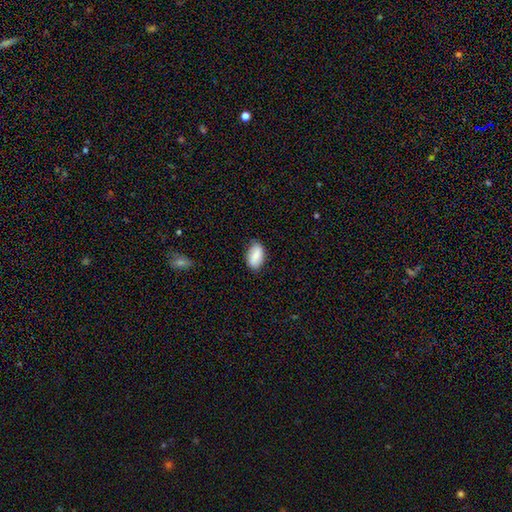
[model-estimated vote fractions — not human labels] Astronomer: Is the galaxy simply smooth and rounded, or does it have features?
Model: smooth — 84%.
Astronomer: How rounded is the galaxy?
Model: in between — 92%.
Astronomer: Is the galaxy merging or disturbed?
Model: none — 82%.